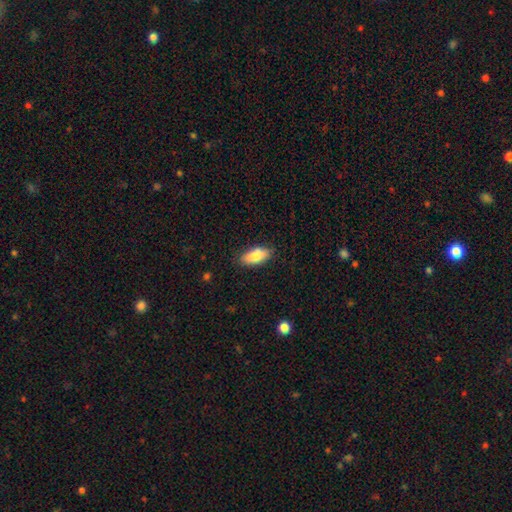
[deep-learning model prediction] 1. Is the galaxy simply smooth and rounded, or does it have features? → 84% smooth, 9% featured or disk, 6% star or artifact.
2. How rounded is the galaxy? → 86% in between, 11% cigar-shaped, 3% round.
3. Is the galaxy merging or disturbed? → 83% none, 14% minor disturbance, 3% major disturbance, 1% merger.